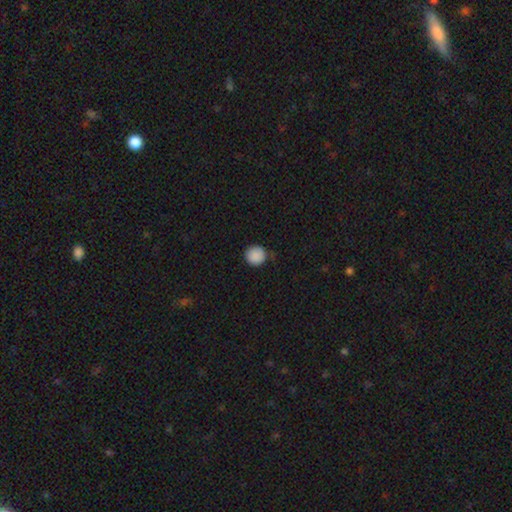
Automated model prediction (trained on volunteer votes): A smooth galaxy with no disk features (89%) that is round (95%).

Vote fractions:
- Smooth or featured? smooth: 89% / star or artifact: 9% / featured or disk: 3%
- How rounded? round: 95% / in between: 4% / cigar-shaped: 1%
- Merging? none: 85% / minor disturbance: 11% / major disturbance: 3% / merger: 1%